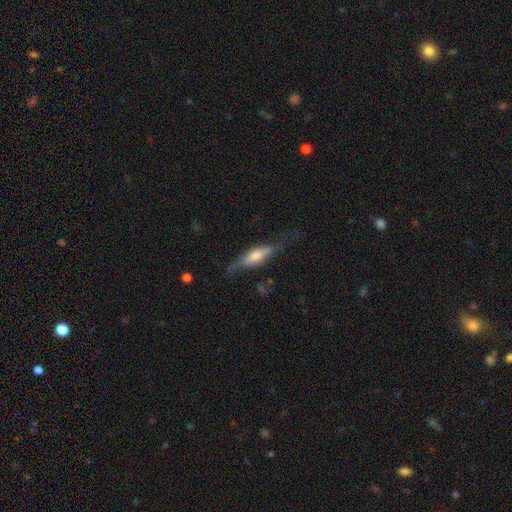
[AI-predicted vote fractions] featured or disk 50%, smooth 43%, star or artifact 7%. Down the decision tree: edge-on disk — yes (79%); merging — none (58%).